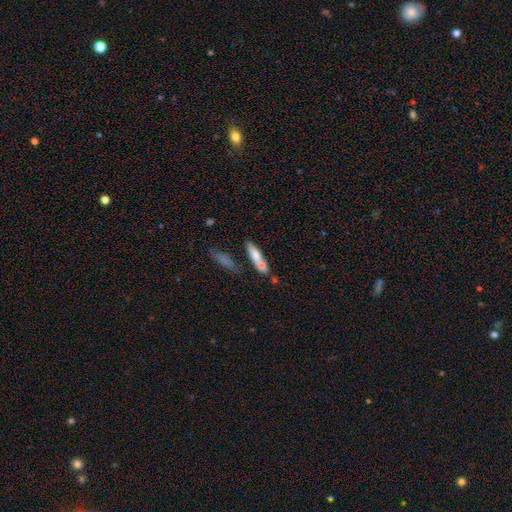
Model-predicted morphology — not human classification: A smooth galaxy with no disk features (67%) that is cigar-shaped (63%). Merging: none (43%).